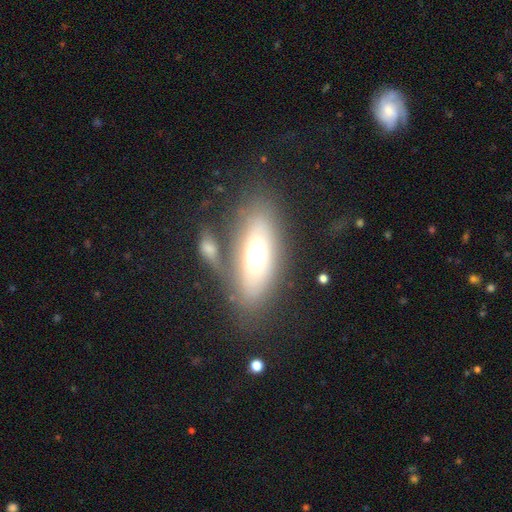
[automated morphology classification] A smooth galaxy with no disk features (58%) that is in between round and cigar-shaped (79%). Merging: none (57%).